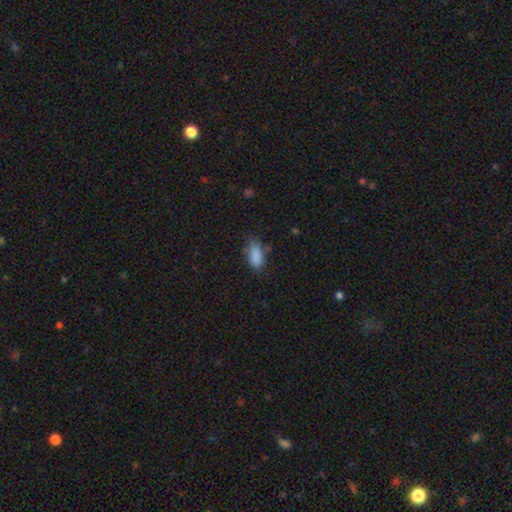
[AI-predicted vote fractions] Morphology: type=smooth (84%); roundness=in between (90%); merging=none (56%).